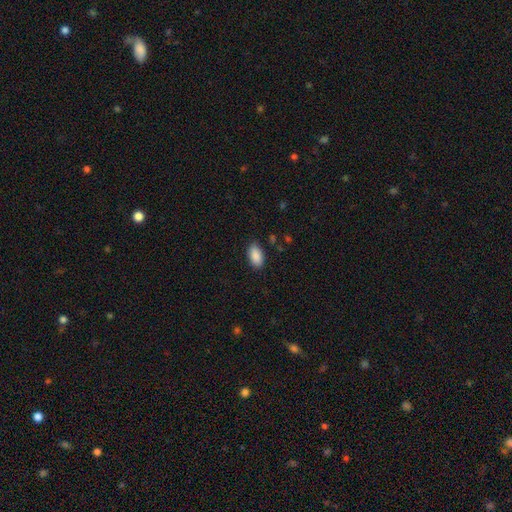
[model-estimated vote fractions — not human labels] The model was most divided on "merging": none: 85%, minor disturbance: 11%, major disturbance: 3%, merger: 1%. More confident: how rounded — in between (94%); smooth or featured — smooth (90%).